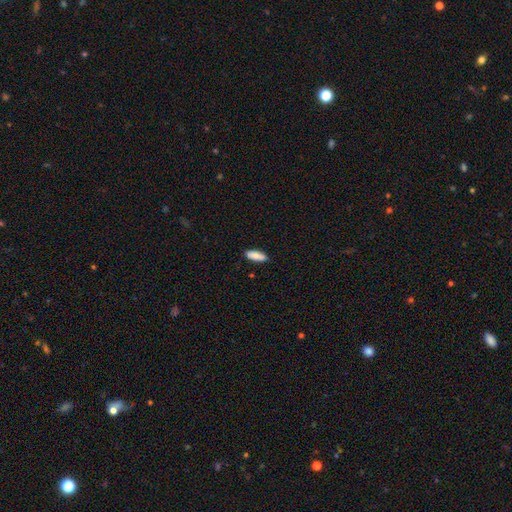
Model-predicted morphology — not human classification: type=smooth (86%); roundness=in between (63%); merging=none (87%).